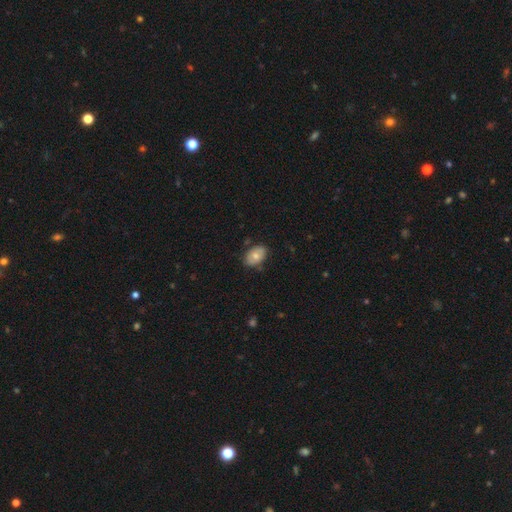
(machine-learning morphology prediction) smooth_or_featured: smooth (p=0.70) [alt: featured or disk p=0.23]
how_rounded: in between (p=0.85) [alt: round p=0.14]
merging: none (p=0.79) [alt: minor disturbance p=0.16]